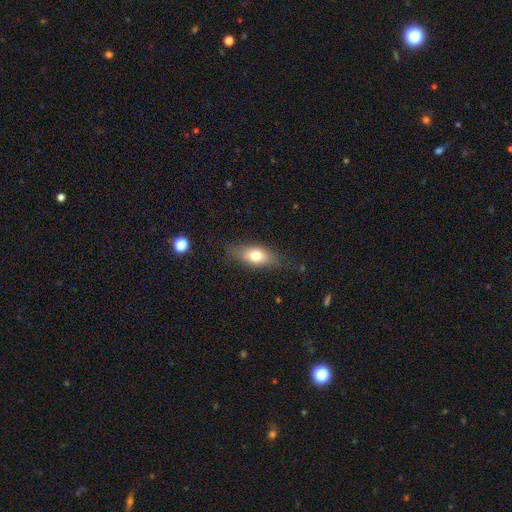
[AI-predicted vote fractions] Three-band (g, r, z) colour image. It shows a smooth galaxy with no disk features (71%) that is in between round and cigar-shaped (78%). Merging: none (76%).